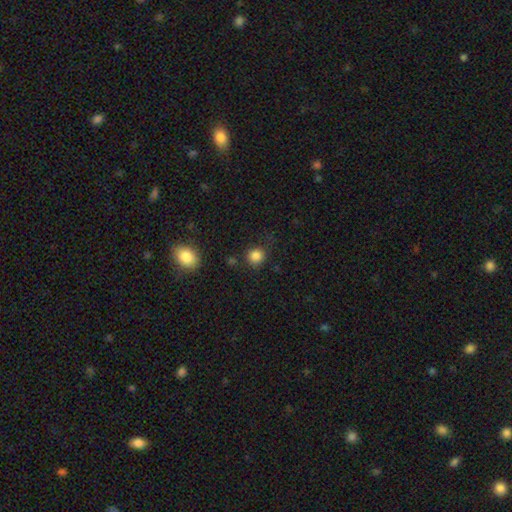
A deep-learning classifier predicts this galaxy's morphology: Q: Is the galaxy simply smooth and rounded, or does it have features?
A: smooth — 84%.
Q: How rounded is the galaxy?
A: round — 91%.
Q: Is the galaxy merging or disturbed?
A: none — 81%.